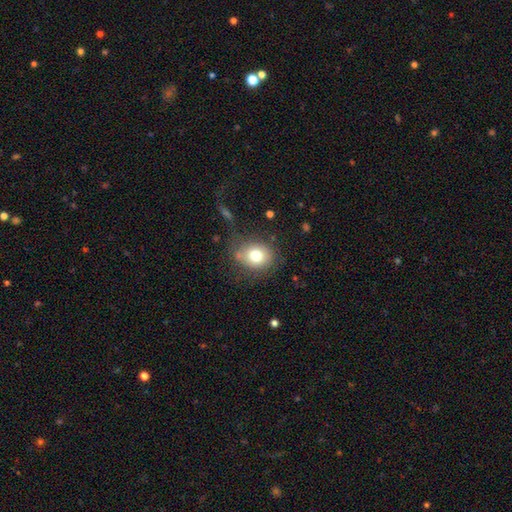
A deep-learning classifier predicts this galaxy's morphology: The model was most divided on "how rounded": round: 64%, in between: 35%, cigar-shaped: 1%. More confident: smooth or featured — smooth (75%); merging — none (70%).